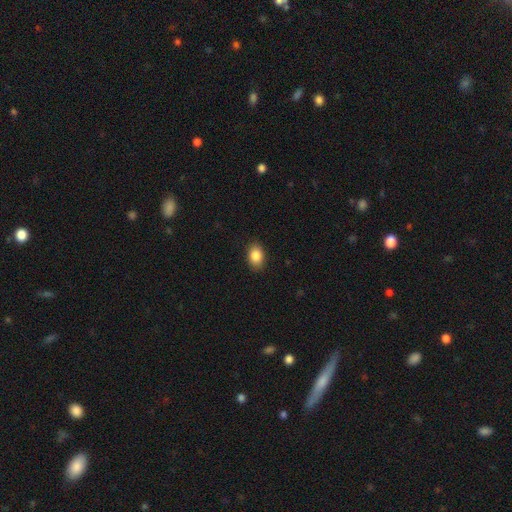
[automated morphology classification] This is clearly a smooth galaxy (86%). How rounded: clearly in between (81%). Merging: clearly none (89%).